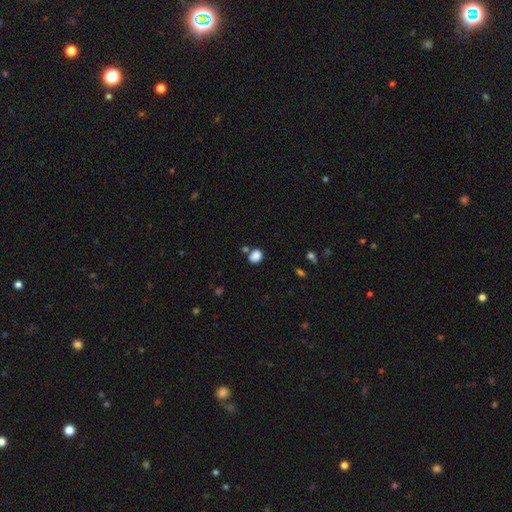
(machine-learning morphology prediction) Smooth or featured?
  - smooth: 85% *
  - star or artifact: 10%
  - featured or disk: 4%
How rounded?
  - in between: 52% *
  - round: 47%
  - cigar-shaped: 1%
Merging?
  - none: 65% *
  - merger: 15%
  - minor disturbance: 15%
  - major disturbance: 5%